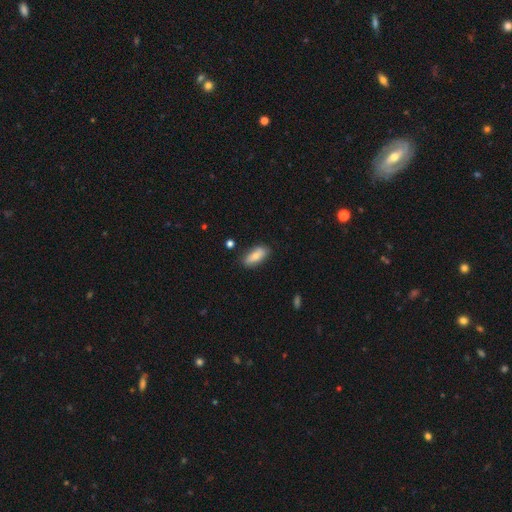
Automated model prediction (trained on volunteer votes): Smooth or featured? Predicted: smooth (p=0.73). How rounded? Predicted: in between (p=0.82). Merging? Predicted: none (p=0.82).